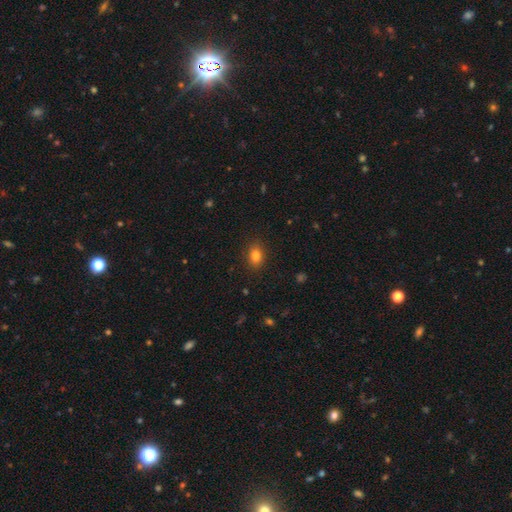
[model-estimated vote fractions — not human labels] A smooth galaxy with no disk features (82%) that is in between round and cigar-shaped (71%). Merging: none (88%).